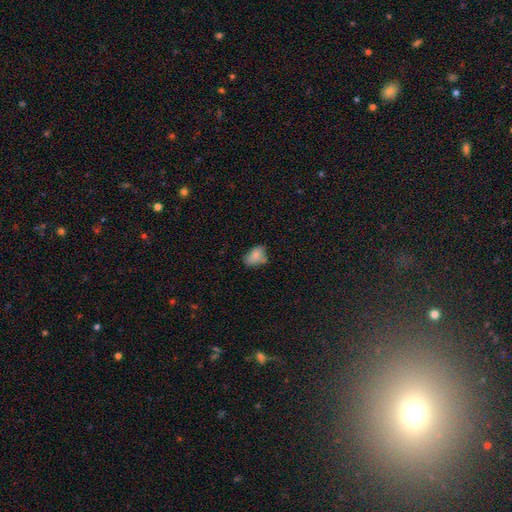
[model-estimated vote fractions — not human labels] Overall: smooth (78%). How rounded: in between (82%). Merging: none (51%; minor disturbance 32%).